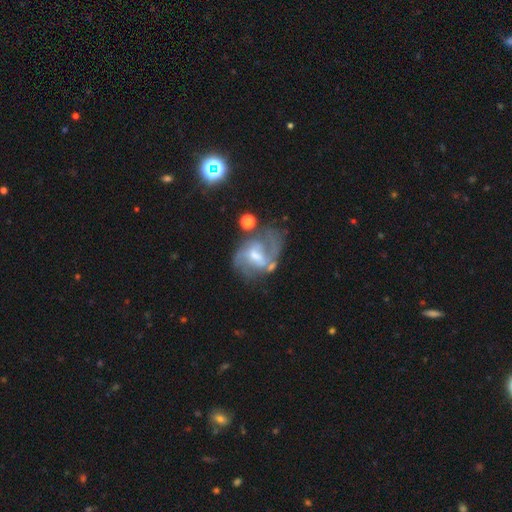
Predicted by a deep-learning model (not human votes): A featured or disk galaxy (77%) with a weak bar (53%), 2 (56%) medium (46%) spiral arms (84%) and a moderate central bulge (46%). Merging: none (42%).